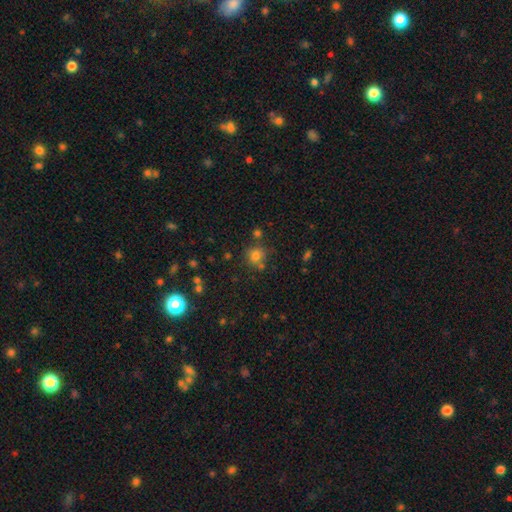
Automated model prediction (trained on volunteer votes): Smooth or featured: smooth — 75% (star or artifact — 16%)
How rounded: round — 88% (in between — 11%)
Merging: none — 71% (minor disturbance — 13%)